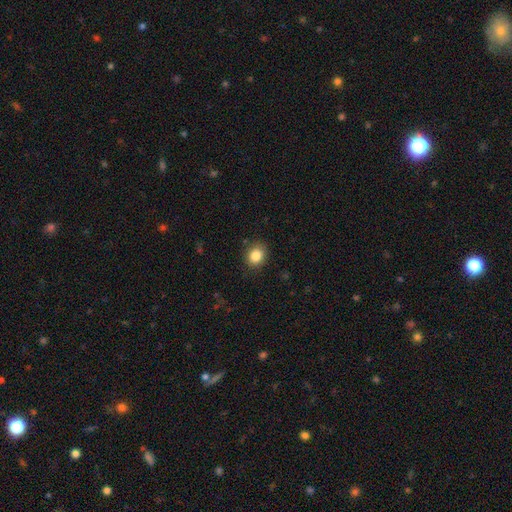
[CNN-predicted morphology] Smooth or featured?
  - smooth: 86% *
  - star or artifact: 9%
  - featured or disk: 5%
How rounded?
  - round: 64% *
  - in between: 36%
  - cigar-shaped: 1%
Merging?
  - none: 86% *
  - minor disturbance: 10%
  - major disturbance: 3%
  - merger: 1%